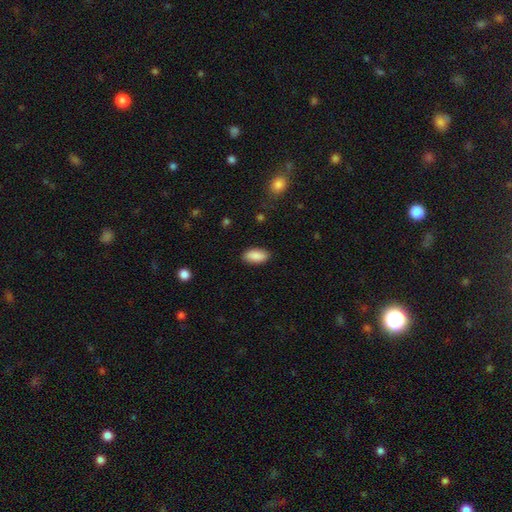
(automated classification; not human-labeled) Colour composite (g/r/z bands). It shows a smooth galaxy with no disk features (89%) that is in between round and cigar-shaped (91%). Merging: none (87%).